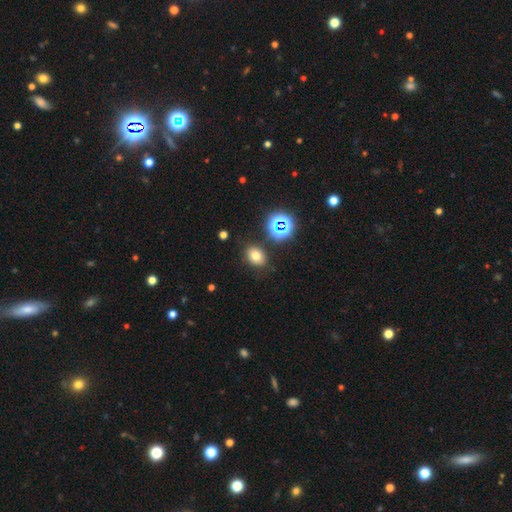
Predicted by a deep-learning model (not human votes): Q: Smooth or featured?
A: smooth (71%); runner-up: star or artifact (20%)
Q: How rounded?
A: in between (66%); runner-up: round (33%)
Q: Merging?
A: none (81%); runner-up: minor disturbance (11%)